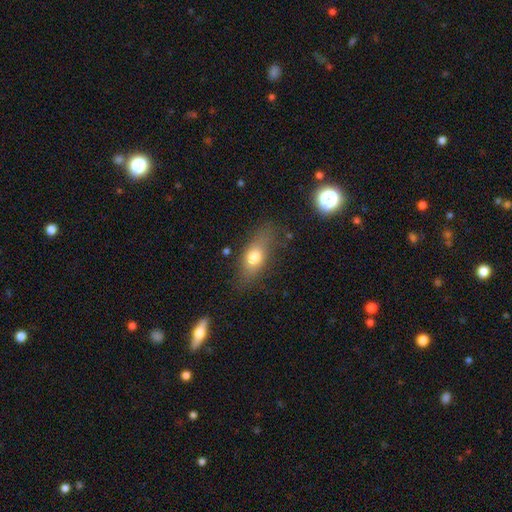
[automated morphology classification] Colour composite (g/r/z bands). It shows a smooth galaxy with no disk features (66%) that is in between round and cigar-shaped (69%). Merging: none (74%).